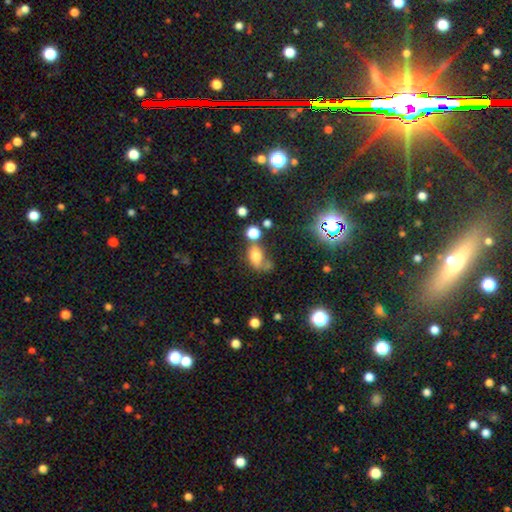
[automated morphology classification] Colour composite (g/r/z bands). It shows a smooth galaxy with no disk features (70%) that is in between round and cigar-shaped (72%). Merging: none (36%).